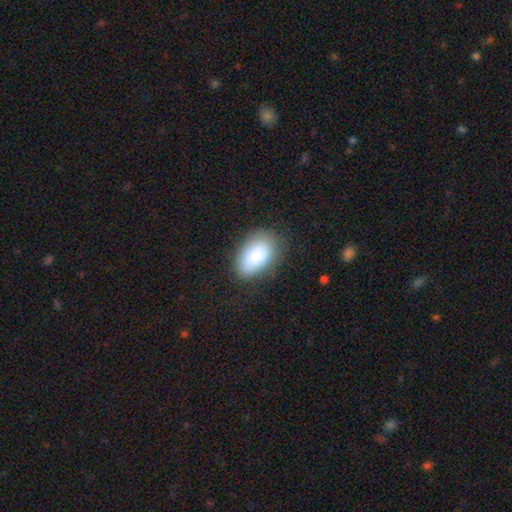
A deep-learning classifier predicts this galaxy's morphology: smooth-or-featured: smooth: 84% | featured or disk: 9% | star or artifact: 7%
  how-rounded: in between: 92% | round: 6% | cigar-shaped: 1%
  merging: none: 76% | minor disturbance: 18% | major disturbance: 5% | merger: 1%